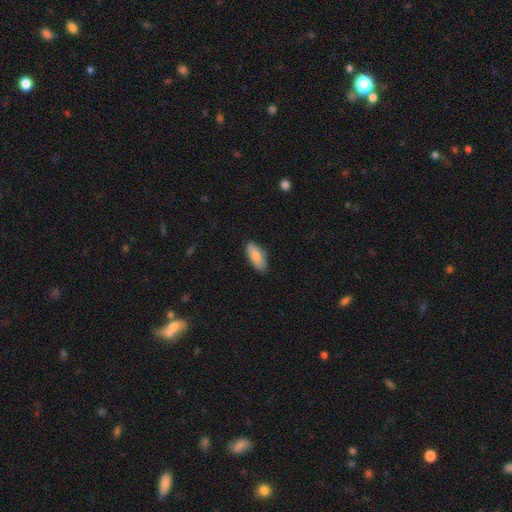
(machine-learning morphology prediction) Smooth or featured: smooth — 81% (featured or disk — 13%)
How rounded: in between — 84% (cigar-shaped — 14%)
Merging: none — 82% (minor disturbance — 14%)